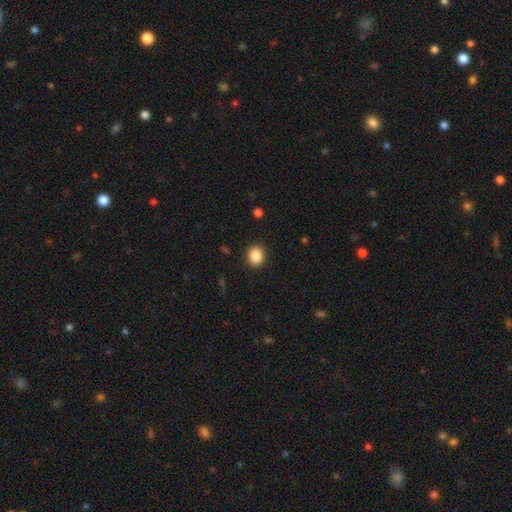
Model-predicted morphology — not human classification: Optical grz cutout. It shows a smooth galaxy with no disk features (88%) that is round (69%). Merging: none (90%).